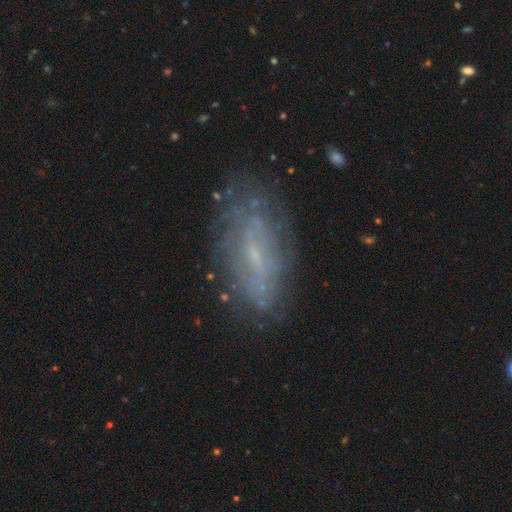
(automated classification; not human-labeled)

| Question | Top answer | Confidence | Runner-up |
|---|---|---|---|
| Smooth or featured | featured or disk | 60% | smooth (29%) |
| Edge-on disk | no | 87% | yes (13%) |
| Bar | no | 52% | weak (38%) |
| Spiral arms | yes | 53% | no (47%) |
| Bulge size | small | 66% | none (16%) |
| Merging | none | 74% | minor disturbance (17%) |